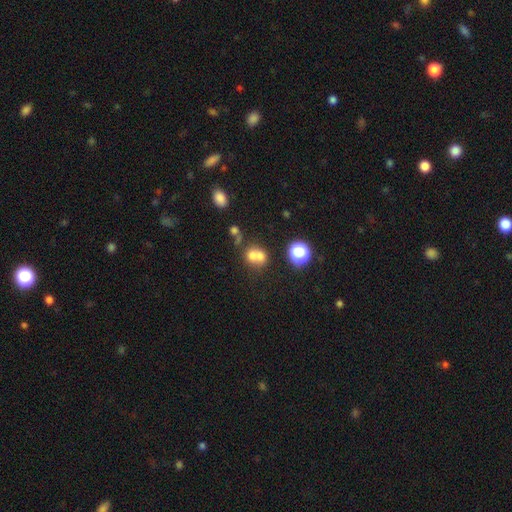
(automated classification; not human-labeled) Smooth or featured: smooth — 66% (featured or disk — 19%)
How rounded: round — 70% (in between — 29%)
Merging: merger — 62% (none — 27%)